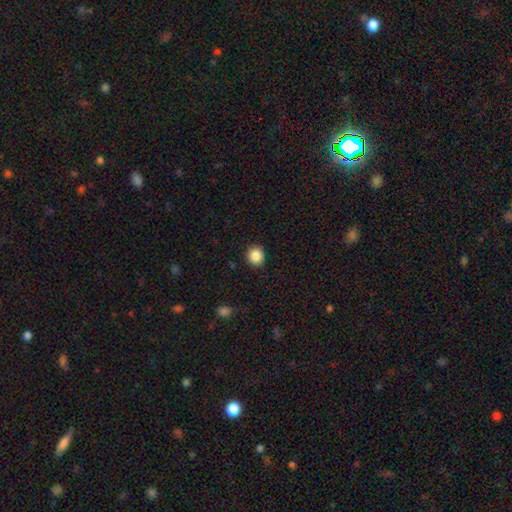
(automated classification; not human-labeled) smooth-or-featured: smooth: 87% | star or artifact: 9% | featured or disk: 3%
  how-rounded: round: 83% | in between: 16% | cigar-shaped: 1%
  merging: none: 90% | minor disturbance: 7% | major disturbance: 2% | merger: 1%